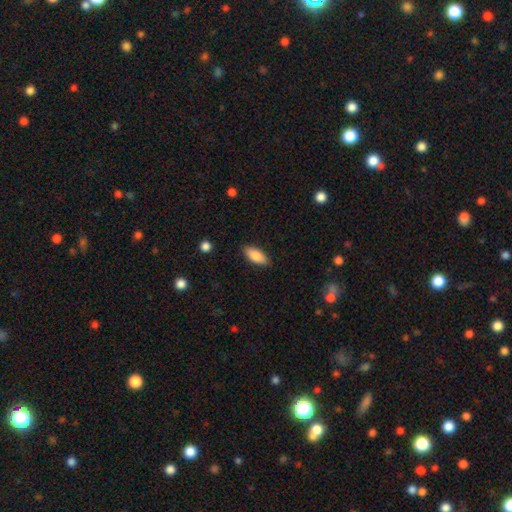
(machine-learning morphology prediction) Smooth or featured? smooth (85%)
How rounded? in between (85%)
Merging? none (87%)